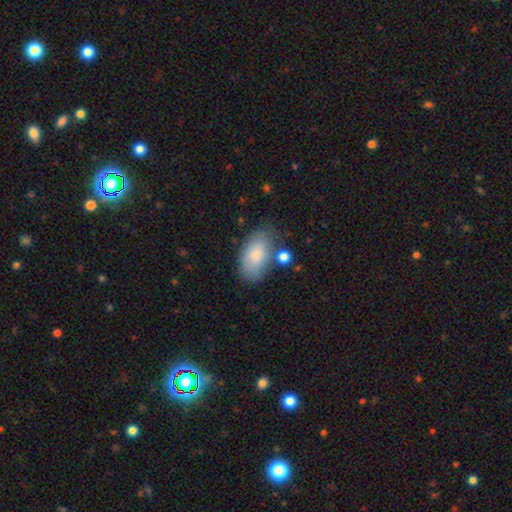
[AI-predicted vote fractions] smooth 80%, featured or disk 14%, star or artifact 6%. Down the decision tree: how rounded — in between (93%); merging — none (62%).